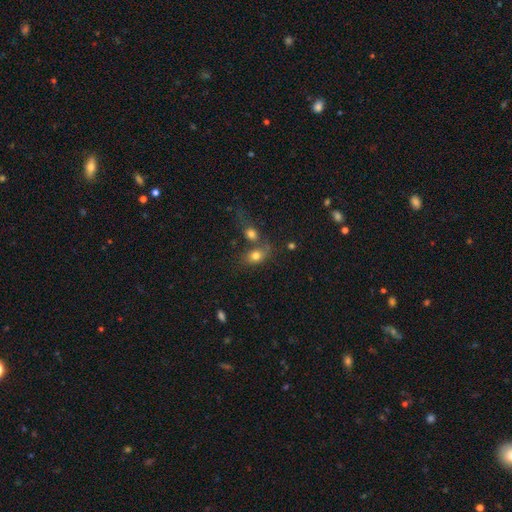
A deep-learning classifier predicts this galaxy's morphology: Q: Smooth or featured?
A: smooth (77%); runner-up: featured or disk (12%)
Q: How rounded?
A: in between (73%); runner-up: round (24%)
Q: Merging?
A: none (46%); runner-up: merger (35%)